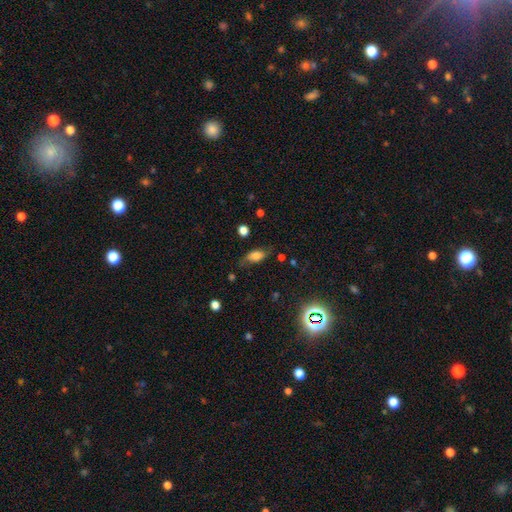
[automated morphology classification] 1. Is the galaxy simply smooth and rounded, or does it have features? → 67% smooth, 22% featured or disk, 11% star or artifact.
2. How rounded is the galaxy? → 84% in between, 9% cigar-shaped, 7% round.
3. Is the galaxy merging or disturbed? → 61% none, 27% minor disturbance, 10% major disturbance, 2% merger.